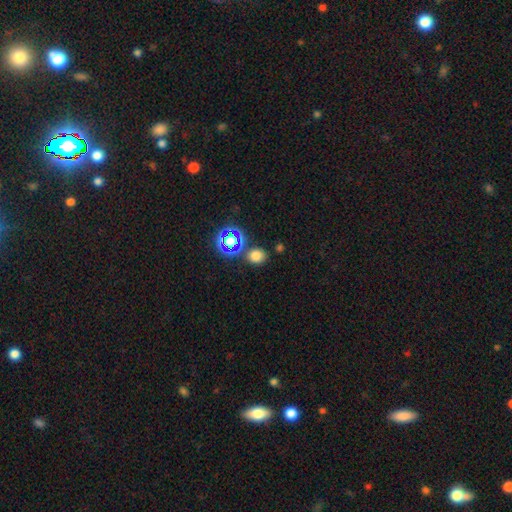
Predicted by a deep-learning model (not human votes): smooth 71%, star or artifact 23%, featured or disk 6%. Down the decision tree: how rounded — round (67%); merging — none (78%).